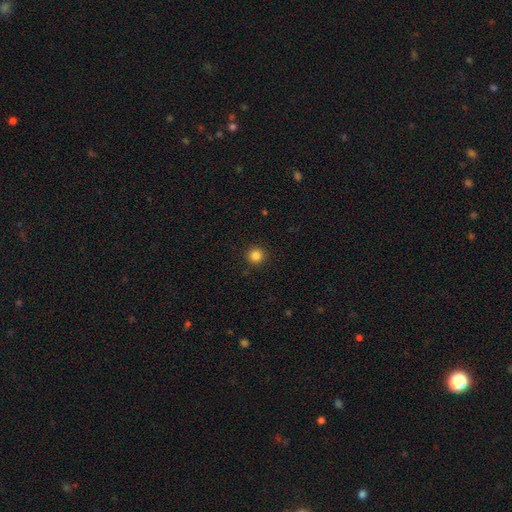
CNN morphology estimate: Smooth or featured: smooth — 84% (star or artifact — 12%)
How rounded: round — 95% (in between — 4%)
Merging: none — 92% (minor disturbance — 5%)